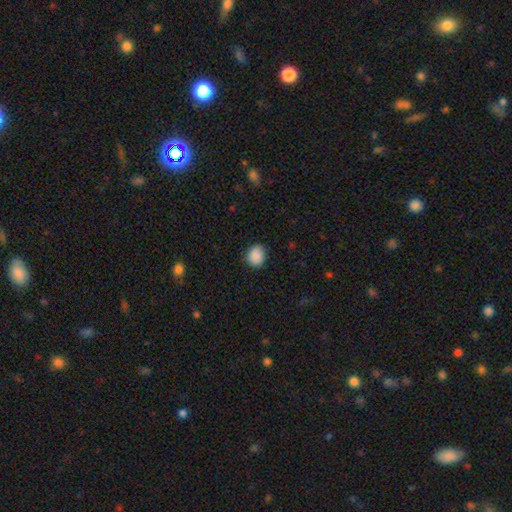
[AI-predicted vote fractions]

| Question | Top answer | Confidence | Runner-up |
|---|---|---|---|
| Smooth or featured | smooth | 89% | star or artifact (8%) |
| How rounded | round | 66% | in between (33%) |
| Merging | none | 85% | minor disturbance (11%) |